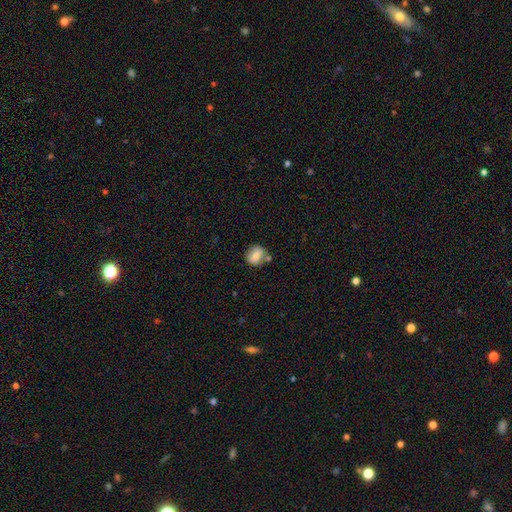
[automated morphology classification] Q: Smooth or featured?
A: smooth (76%); runner-up: featured or disk (16%)
Q: How rounded?
A: round (66%); runner-up: in between (32%)
Q: Merging?
A: none (67%); runner-up: minor disturbance (15%)